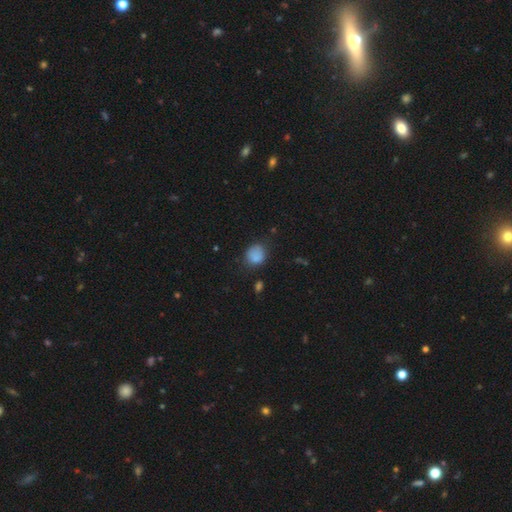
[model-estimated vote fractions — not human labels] Smooth or featured? Predicted: smooth (p=0.83). How rounded? Predicted: round (p=0.68). Merging? Predicted: none (p=0.63).